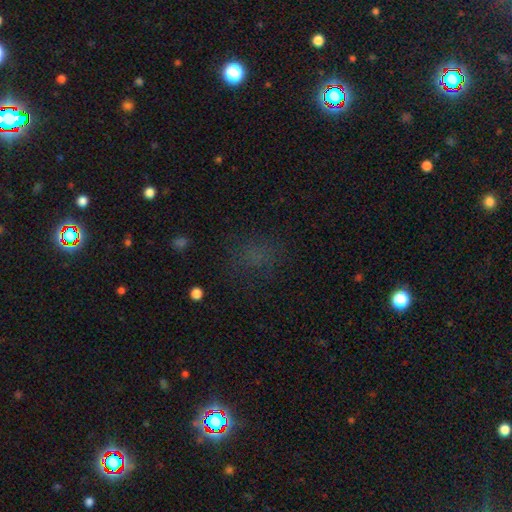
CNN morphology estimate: smooth 48%, star or artifact 40%, featured or disk 12%. Down the decision tree: merging — none (71%).